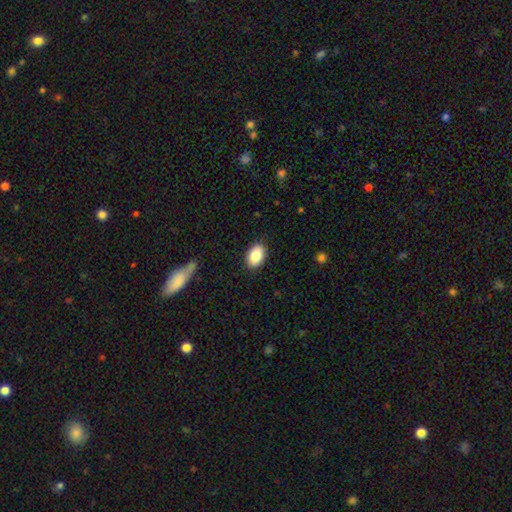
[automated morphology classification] Overall: smooth (84%). How rounded: in between (88%). Merging: none (88%).